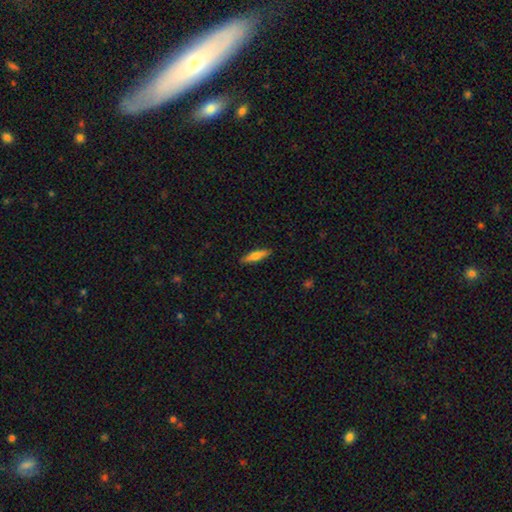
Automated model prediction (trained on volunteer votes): smooth-or-featured: smooth: 70% | featured or disk: 24% | star or artifact: 6%
  how-rounded: cigar-shaped: 71% | in between: 27% | round: 2%
  merging: none: 88% | minor disturbance: 9% | major disturbance: 2% | merger: 1%